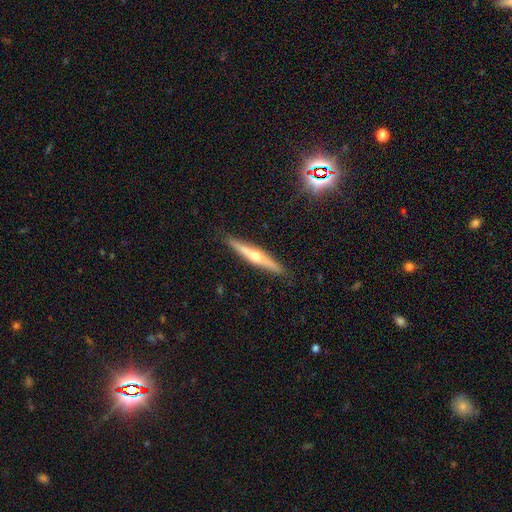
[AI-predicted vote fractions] Smooth or featured: featured or disk — 71% (smooth — 22%)
Edge-on disk: yes — 97% (no — 3%)
Edge-on bulge: rounded — 91% (none — 6%)
Merging: none — 90% (minor disturbance — 7%)